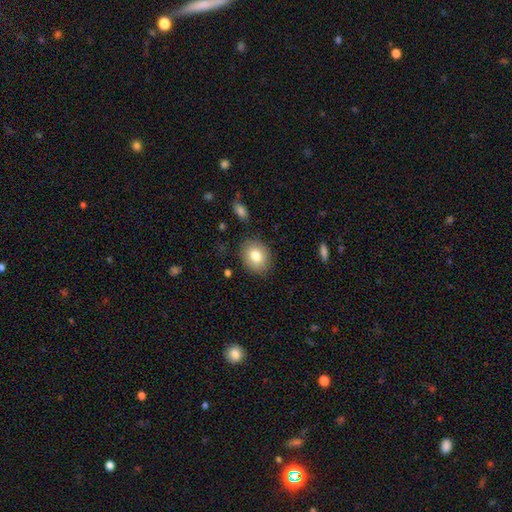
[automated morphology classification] Smooth or featured: smooth — 81% (featured or disk — 11%)
How rounded: in between — 51% (round — 48%)
Merging: none — 85% (minor disturbance — 11%)